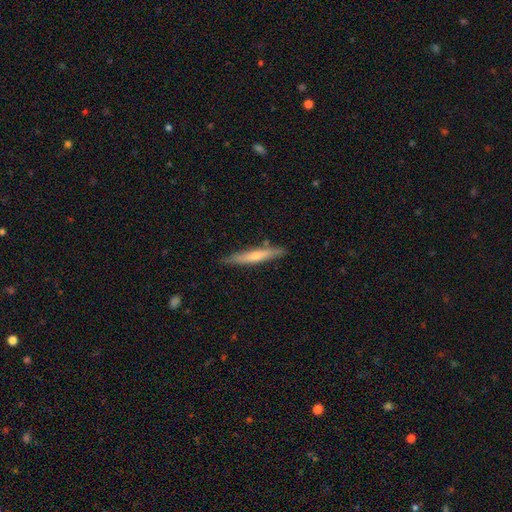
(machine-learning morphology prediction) A smooth galaxy with no disk features (54%) that is cigar-shaped (93%). Merging: none (84%).